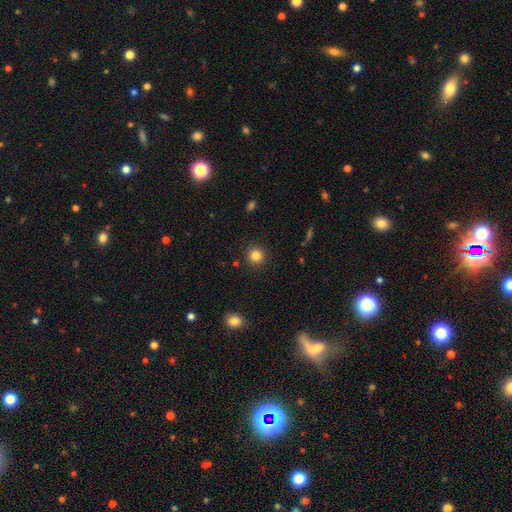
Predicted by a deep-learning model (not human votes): Overall: smooth (83%). How rounded: round (93%). Merging: none (91%).